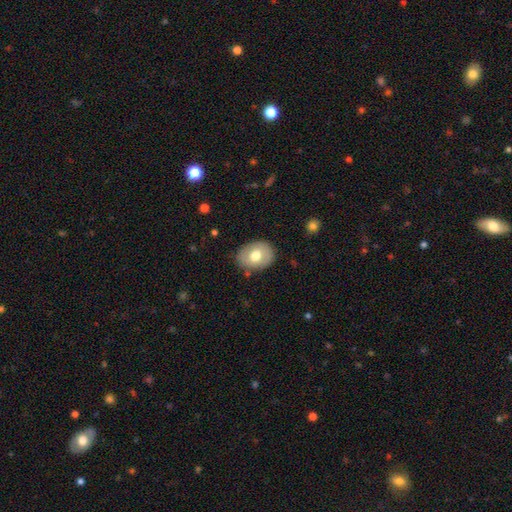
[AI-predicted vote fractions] A smooth galaxy with no disk features (69%) that is in between round and cigar-shaped (63%).

Vote fractions:
- Smooth or featured? smooth: 69% / featured or disk: 24% / star or artifact: 7%
- How rounded? in between: 63% / round: 36% / cigar-shaped: 1%
- Merging? none: 83% / minor disturbance: 12% / major disturbance: 3% / merger: 1%